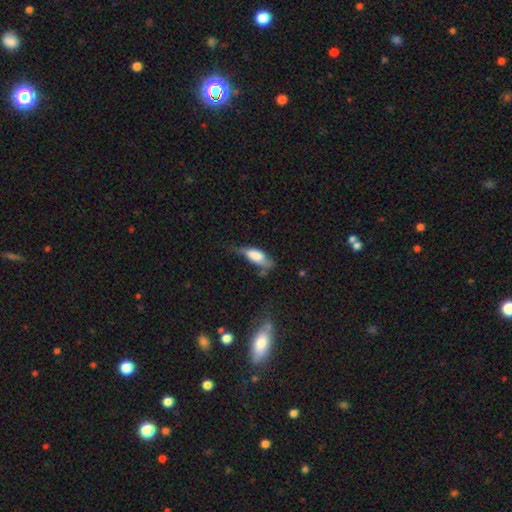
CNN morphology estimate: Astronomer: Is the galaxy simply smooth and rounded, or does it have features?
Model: smooth — 72%.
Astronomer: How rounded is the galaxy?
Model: in between — 74%.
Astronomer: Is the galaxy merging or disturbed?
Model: minor disturbance — 37% (runner-up: none, 30%).